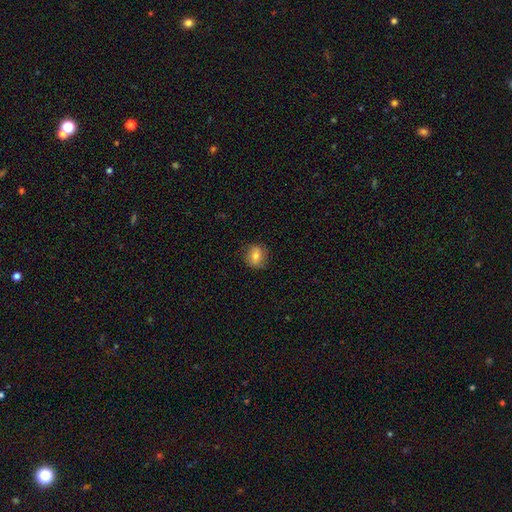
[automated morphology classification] A smooth galaxy with no disk features (74%) that is round (75%).

Vote fractions:
- Smooth or featured? smooth: 74% / featured or disk: 16% / star or artifact: 10%
- How rounded? round: 75% / in between: 24% / cigar-shaped: 1%
- Merging? none: 85% / minor disturbance: 11% / major disturbance: 3% / merger: 1%